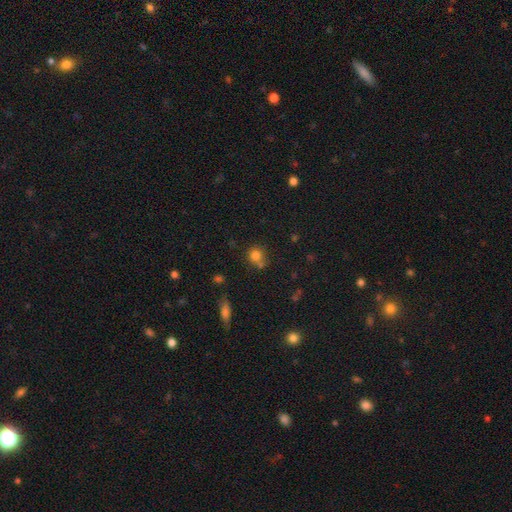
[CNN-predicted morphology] Q: Smooth or featured?
A: smooth (79%); runner-up: star or artifact (13%)
Q: How rounded?
A: round (85%); runner-up: in between (14%)
Q: Merging?
A: none (56%); runner-up: merger (28%)